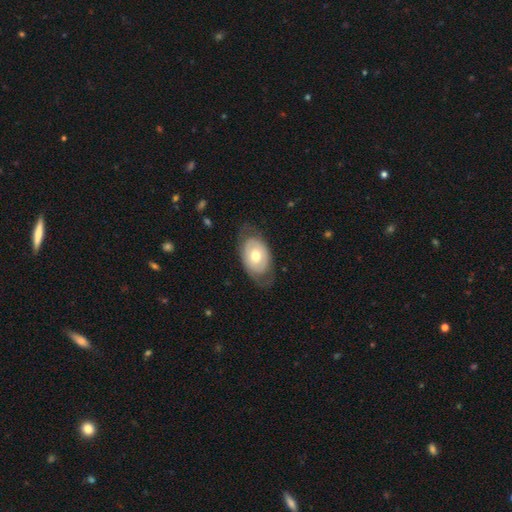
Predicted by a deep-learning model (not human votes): Smooth or featured? smooth (49%)
Merging? none (69%)